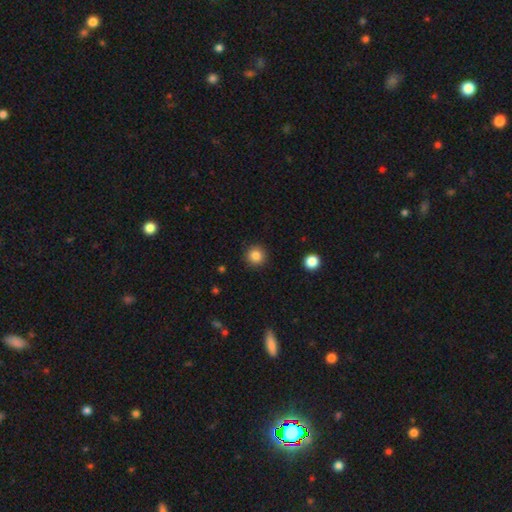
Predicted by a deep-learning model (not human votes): A smooth galaxy with no disk features (84%) that is round (95%). Merging: none (91%).